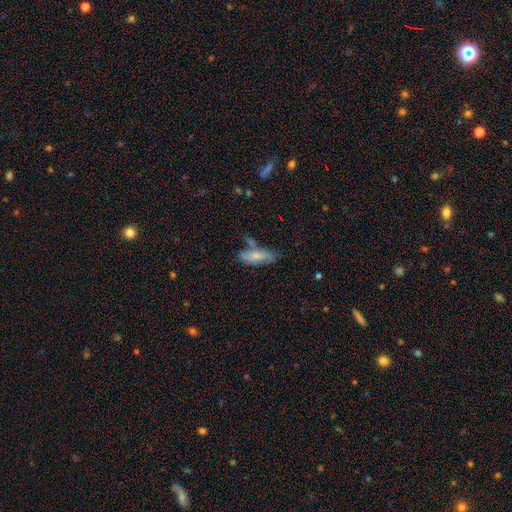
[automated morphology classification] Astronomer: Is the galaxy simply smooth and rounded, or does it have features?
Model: smooth — 63%.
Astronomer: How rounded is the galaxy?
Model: in between — 71%.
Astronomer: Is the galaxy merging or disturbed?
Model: none — 55%.